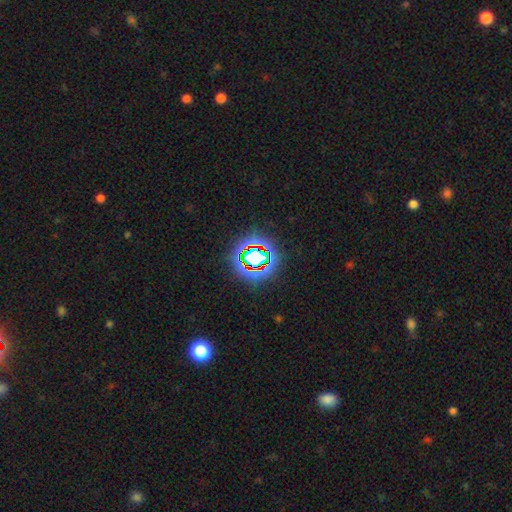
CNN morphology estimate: Overall: star or artifact (68%).